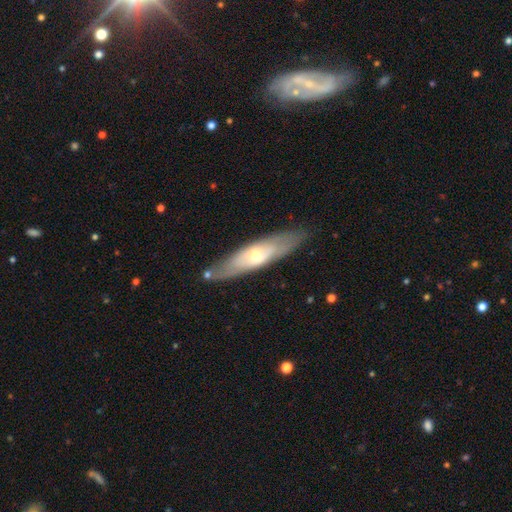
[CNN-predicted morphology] This is possibly a featured or disk galaxy (56%). It is possibly not viewed edge-on (52%). Merging: clearly none (82%).